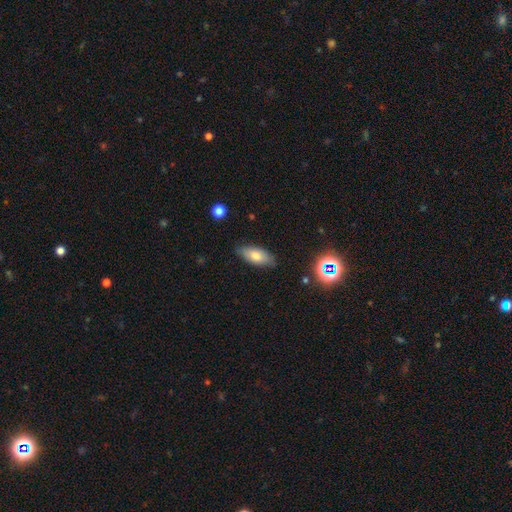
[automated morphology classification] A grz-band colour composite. It shows a smooth galaxy with no disk features (75%) that is in between round and cigar-shaped (83%). Merging: none (81%).